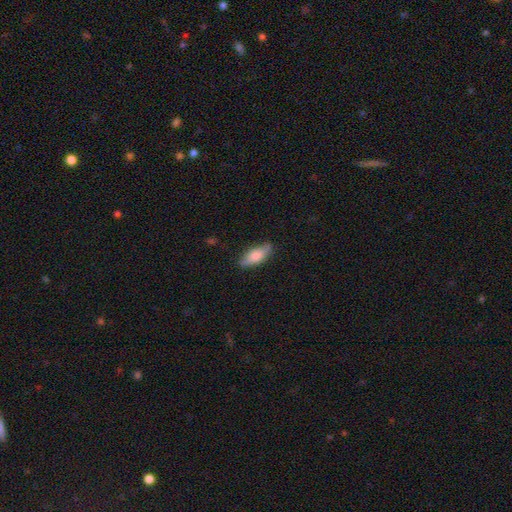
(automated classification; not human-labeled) A smooth galaxy with no disk features (74%) that is in between round and cigar-shaped (71%).

Vote fractions:
- Smooth or featured? smooth: 74% / featured or disk: 20% / star or artifact: 6%
- How rounded? in between: 71% / cigar-shaped: 26% / round: 2%
- Merging? none: 80% / minor disturbance: 16% / major disturbance: 3% / merger: 1%